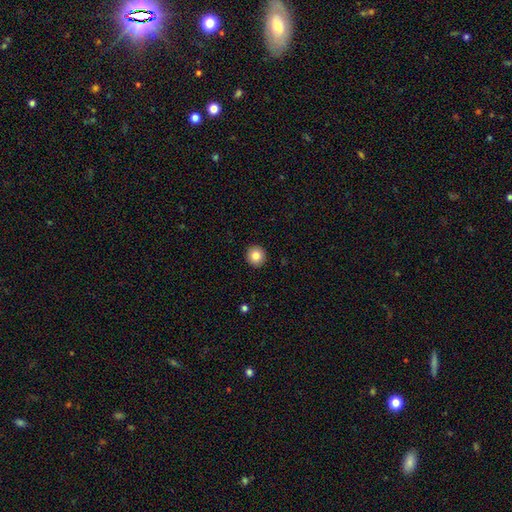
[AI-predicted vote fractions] A smooth galaxy with no disk features (84%) that is round (94%).

Vote fractions:
- Smooth or featured? smooth: 84% / star or artifact: 9% / featured or disk: 7%
- How rounded? round: 94% / in between: 5% / cigar-shaped: 1%
- Merging? none: 93% / minor disturbance: 4% / major disturbance: 1% / merger: 1%